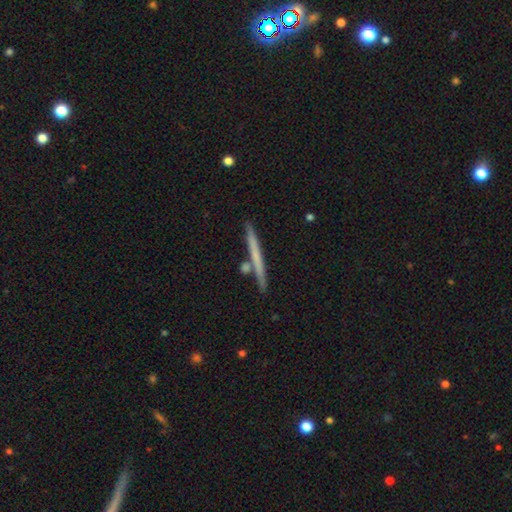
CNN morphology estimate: A smooth galaxy with no disk features (52%) that is cigar-shaped (97%).

Vote fractions:
- Smooth or featured? smooth: 52% / featured or disk: 43% / star or artifact: 6%
- How rounded? cigar-shaped: 97% / in between: 2% / round: 2%
- Merging? none: 84% / minor disturbance: 8% / merger: 6% / major disturbance: 2%